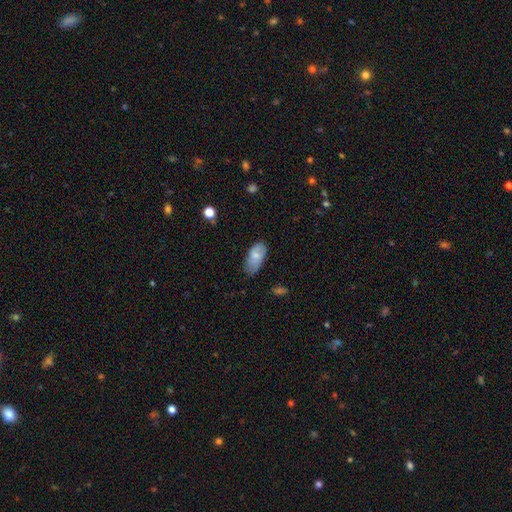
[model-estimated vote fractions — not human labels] Smooth or featured: smooth — 76% (featured or disk — 17%)
How rounded: in between — 94% (cigar-shaped — 4%)
Merging: none — 63% (minor disturbance — 29%)